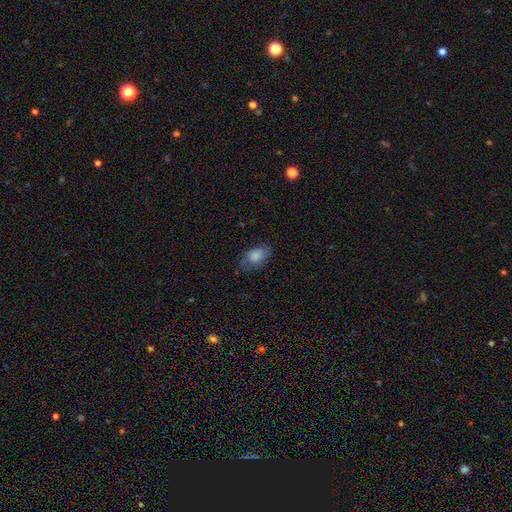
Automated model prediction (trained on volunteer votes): smooth 79%, featured or disk 12%, star or artifact 8%. Down the decision tree: how rounded — in between (87%); merging — none (57%).